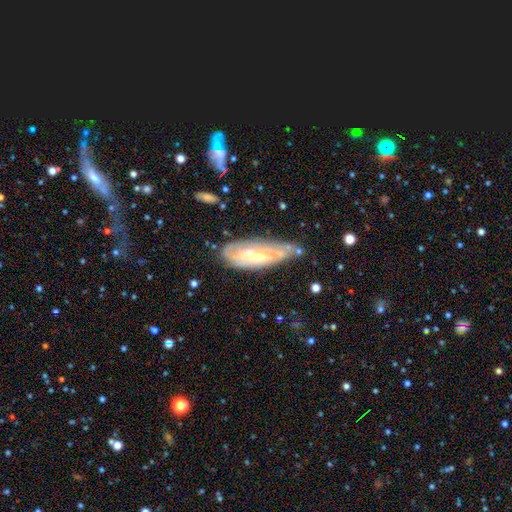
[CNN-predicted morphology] smooth_or_featured: featured or disk (p=0.61) [alt: smooth p=0.32]
disk_edge_on: no (p=0.80) [alt: yes p=0.20]
merging: none (p=0.58) [alt: minor disturbance p=0.28]